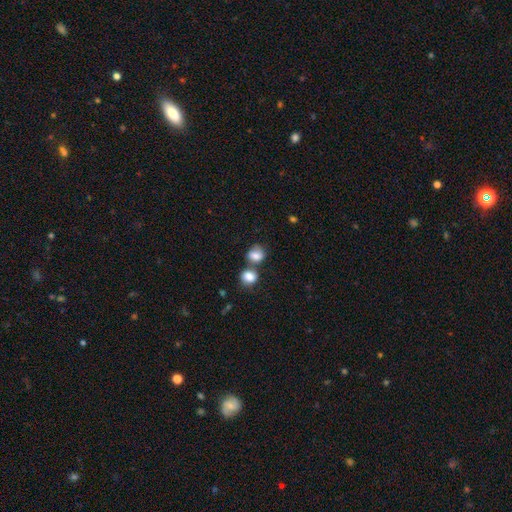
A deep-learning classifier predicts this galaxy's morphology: smooth_or_featured: smooth (p=0.80) [alt: featured or disk p=0.11]
how_rounded: round (p=0.55) [alt: in between p=0.44]
merging: merger (p=0.41) [alt: none p=0.39]